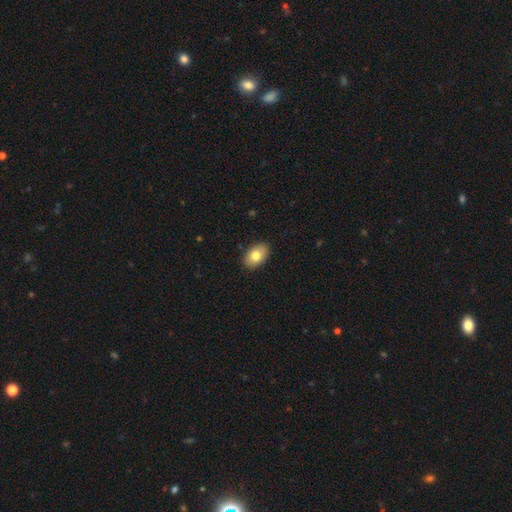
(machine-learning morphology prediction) smooth 80%, featured or disk 13%, star or artifact 7%. Down the decision tree: how rounded — in between (87%); merging — none (89%).